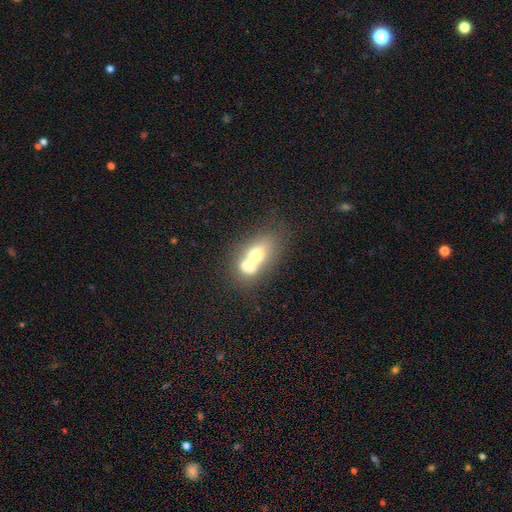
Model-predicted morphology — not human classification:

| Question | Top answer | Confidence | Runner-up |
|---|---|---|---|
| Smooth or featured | smooth | 61% | featured or disk (29%) |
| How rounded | in between | 64% | round (32%) |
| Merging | merger | 71% | none (19%) |